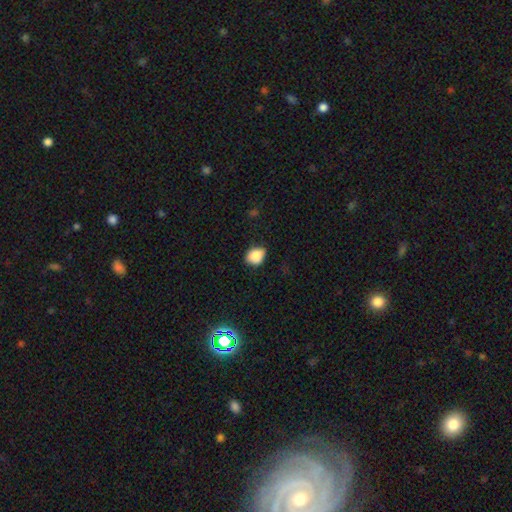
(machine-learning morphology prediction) type=smooth (85%); roundness=in between (51%); merging=none (68%).